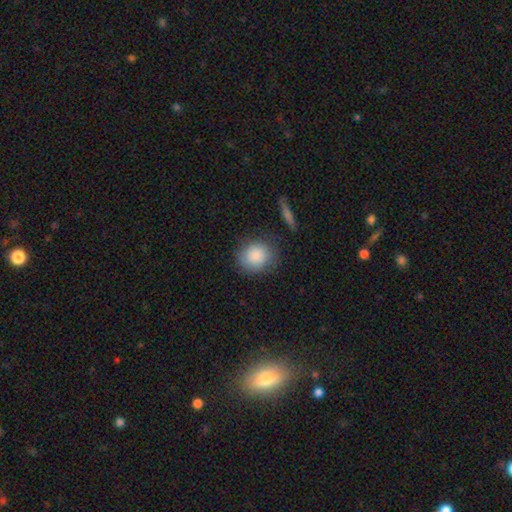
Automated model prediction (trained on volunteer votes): Morphology: type=smooth (87%); roundness=round (84%); merging=none (79%).